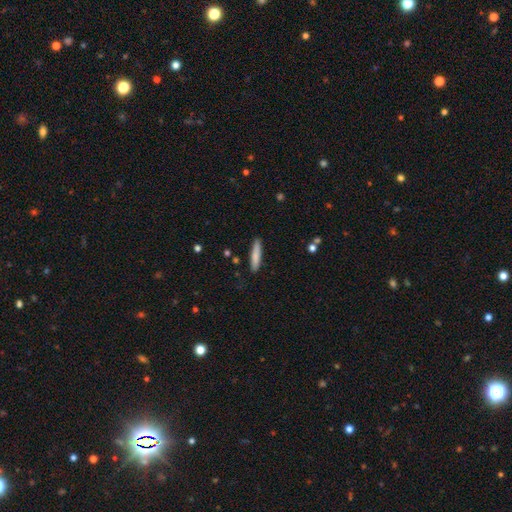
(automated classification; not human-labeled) This appears to be a smooth galaxy with no disk features (80%) that is cigar-shaped (88%). Merging: none (88%).